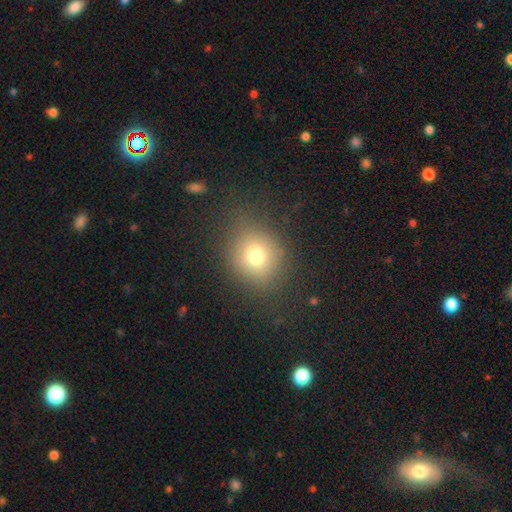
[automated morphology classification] Q: Smooth or featured?
A: smooth (73%); runner-up: star or artifact (15%)
Q: How rounded?
A: round (74%); runner-up: in between (25%)
Q: Merging?
A: none (78%); runner-up: minor disturbance (13%)